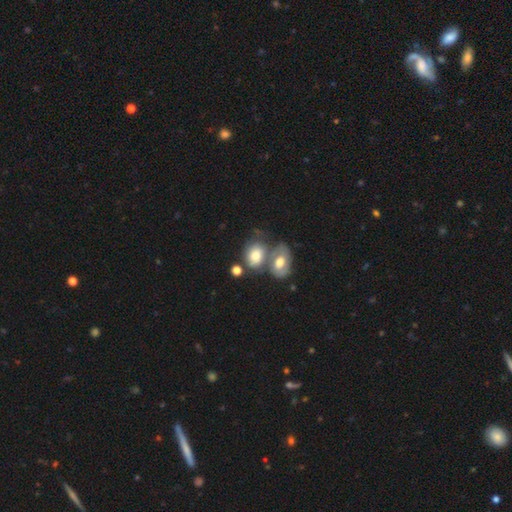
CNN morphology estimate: type=smooth (66%); roundness=in between (72%); merging=merger (50%).